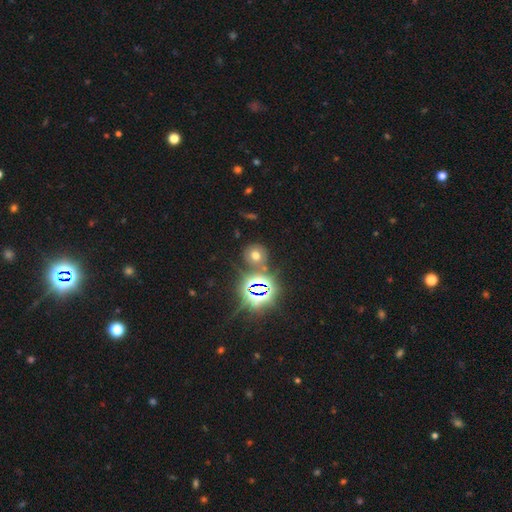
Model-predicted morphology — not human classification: smooth 53%, star or artifact 35%, featured or disk 13%. Down the decision tree: how rounded — round (84%); merging — none (74%).